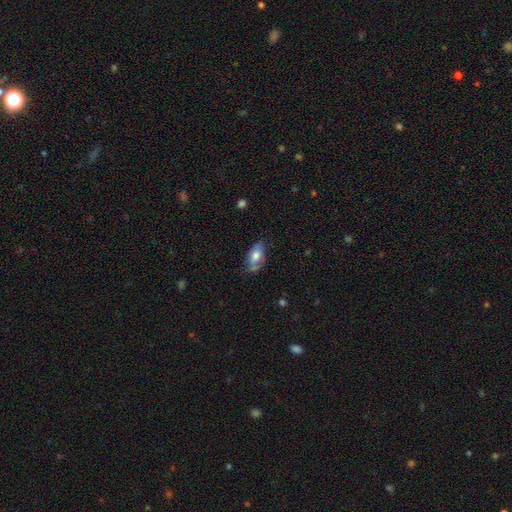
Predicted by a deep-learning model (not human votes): smooth 64%, featured or disk 29%, star or artifact 7%. Down the decision tree: how rounded — in between (90%); merging — none (55%).